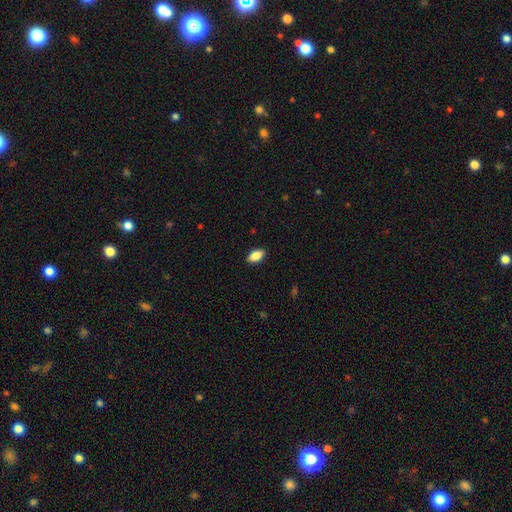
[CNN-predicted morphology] This appears to be a smooth galaxy with no disk features (83%) that is in between round and cigar-shaped (91%). Merging: none (89%).